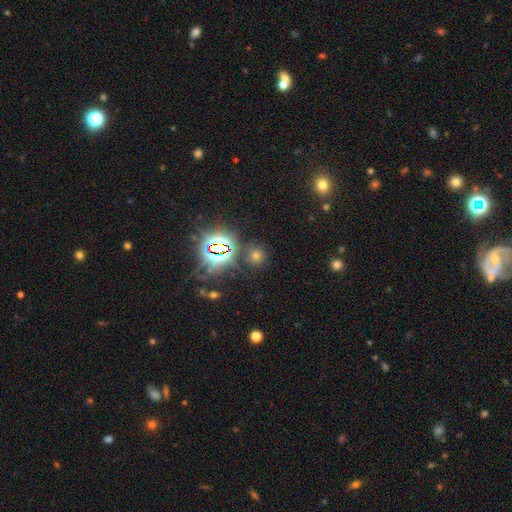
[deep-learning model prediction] Smooth or featured? star or artifact (46%, tied with smooth)